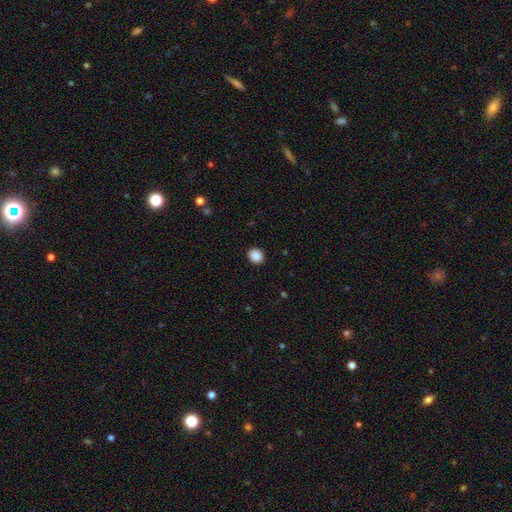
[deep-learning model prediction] Morphology: type=smooth (89%); roundness=round (67%); merging=none (91%).